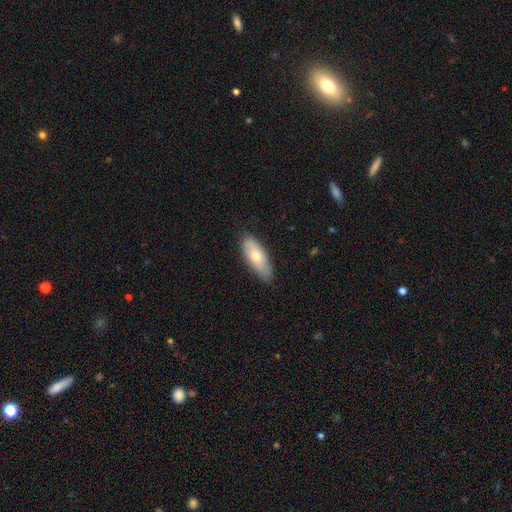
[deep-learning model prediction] smooth-or-featured: smooth: 69% | featured or disk: 25% | star or artifact: 6%
  how-rounded: in between: 72% | cigar-shaped: 26% | round: 2%
  merging: none: 81% | minor disturbance: 15% | major disturbance: 3% | merger: 1%